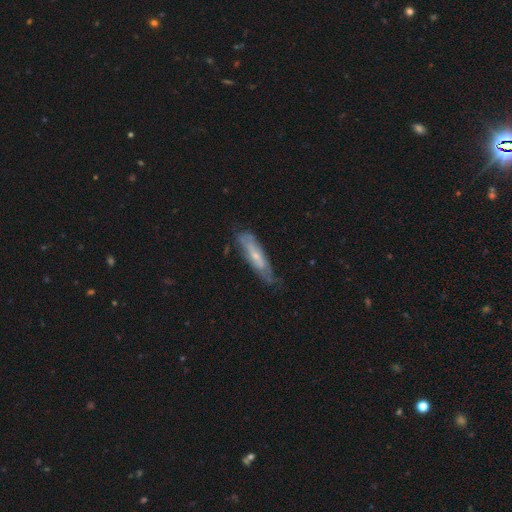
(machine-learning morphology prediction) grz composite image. It shows a featured or disk galaxy (58%). Merging: none (59%).